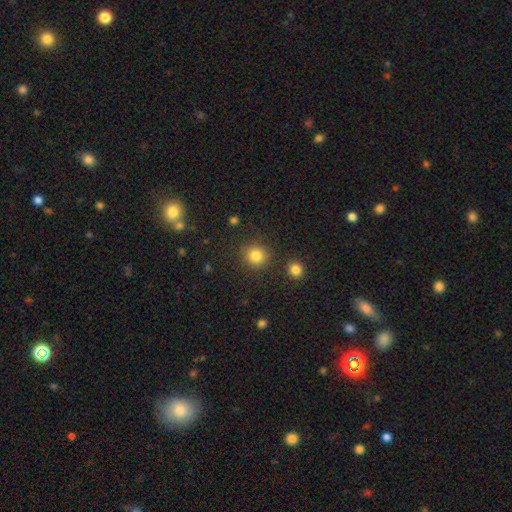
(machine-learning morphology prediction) type=smooth (83%); roundness=round (91%); merging=none (87%).